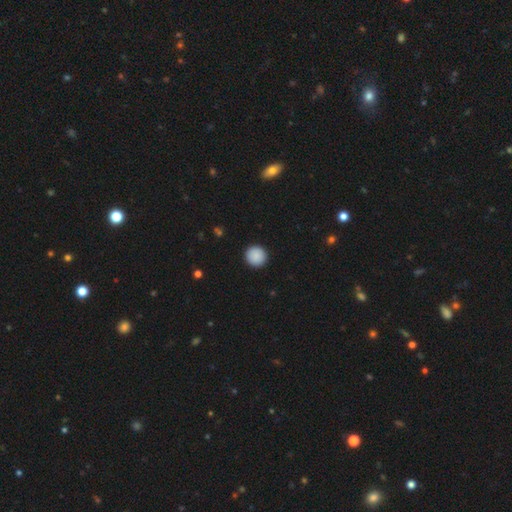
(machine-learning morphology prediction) Smooth or featured: smooth — 89% (star or artifact — 8%)
How rounded: round — 95% (in between — 4%)
Merging: none — 93% (minor disturbance — 4%)